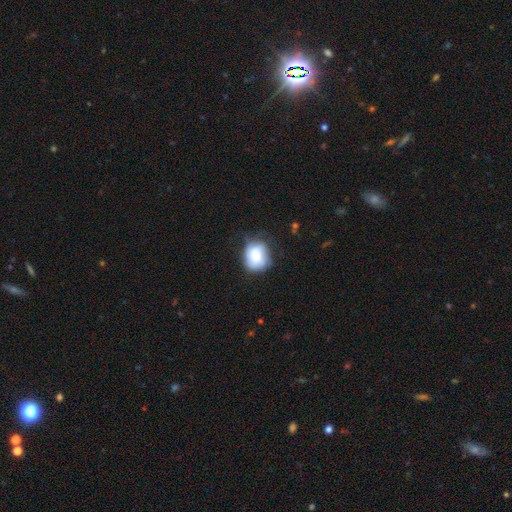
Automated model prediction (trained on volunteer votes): Smooth or featured: smooth — 64% (featured or disk — 28%)
How rounded: round — 61% (in between — 38%)
Merging: none — 51% (minor disturbance — 31%)